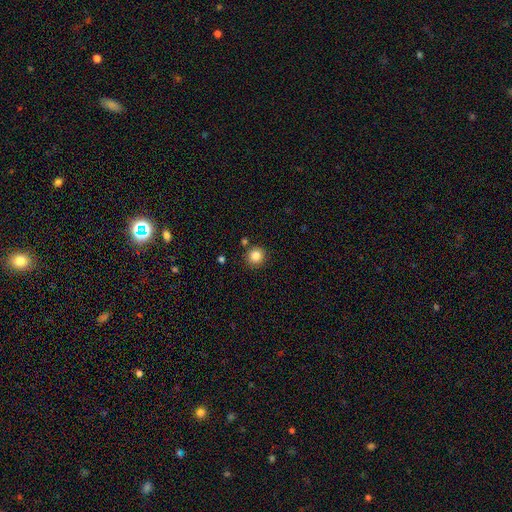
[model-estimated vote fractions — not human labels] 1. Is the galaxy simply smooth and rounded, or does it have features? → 85% smooth, 11% star or artifact, 4% featured or disk.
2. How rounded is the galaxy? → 93% round, 6% in between, 1% cigar-shaped.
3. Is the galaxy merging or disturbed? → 86% none, 7% minor disturbance, 4% merger, 2% major disturbance.